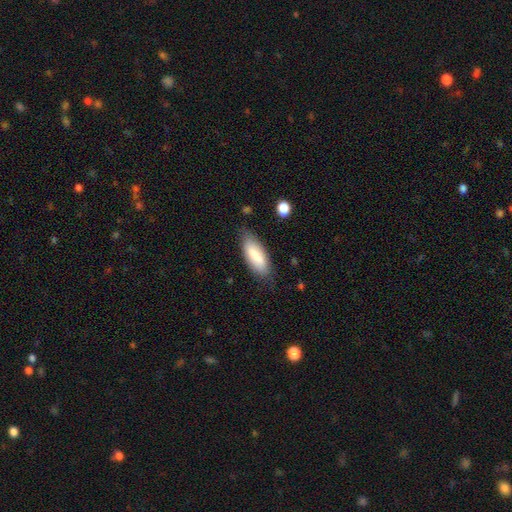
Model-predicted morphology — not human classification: Smooth or featured? Predicted: smooth (p=0.82). How rounded? Predicted: in between (p=0.71). Merging? Predicted: none (p=0.76).